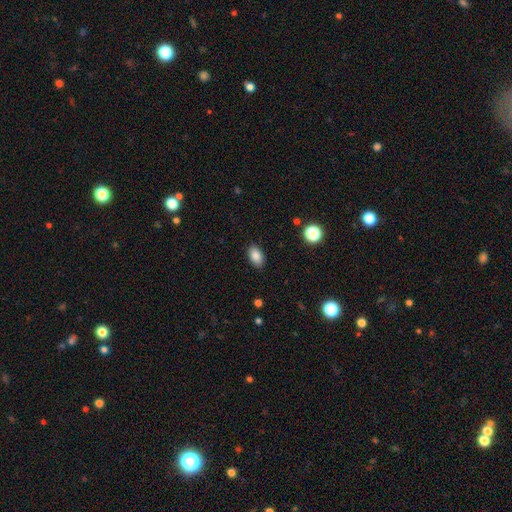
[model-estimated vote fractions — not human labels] The model was most divided on "smooth or featured": smooth: 86%, star or artifact: 9%, featured or disk: 5%. More confident: how rounded — in between (90%); merging — none (88%).